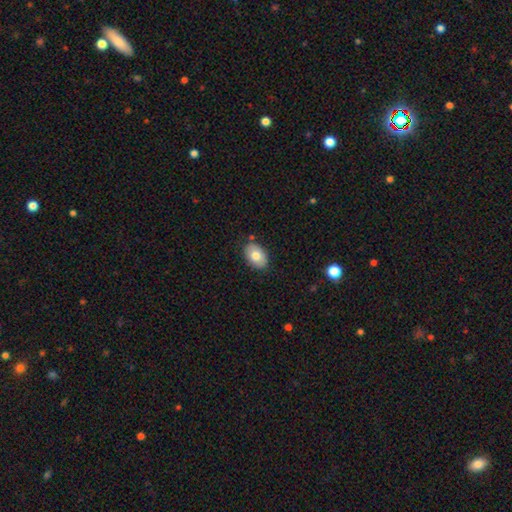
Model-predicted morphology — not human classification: Smooth or featured: smooth — 78% (featured or disk — 15%)
How rounded: in between — 85% (round — 14%)
Merging: none — 83% (minor disturbance — 13%)